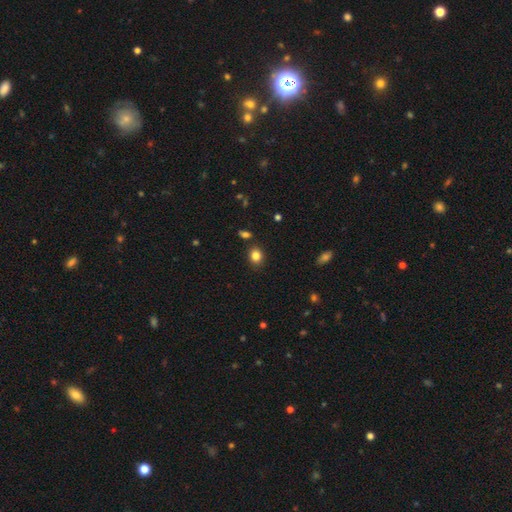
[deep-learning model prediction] smooth 83%, star or artifact 11%, featured or disk 5%. Down the decision tree: how rounded — round (60%); merging — none (84%).